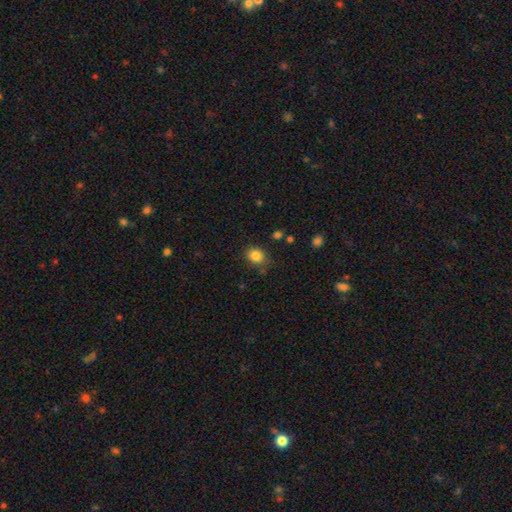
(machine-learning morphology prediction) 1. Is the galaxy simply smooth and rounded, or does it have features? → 84% smooth, 10% star or artifact, 5% featured or disk.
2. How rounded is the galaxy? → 58% round, 41% in between, 1% cigar-shaped.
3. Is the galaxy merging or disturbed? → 78% none, 16% minor disturbance, 4% major disturbance, 3% merger.